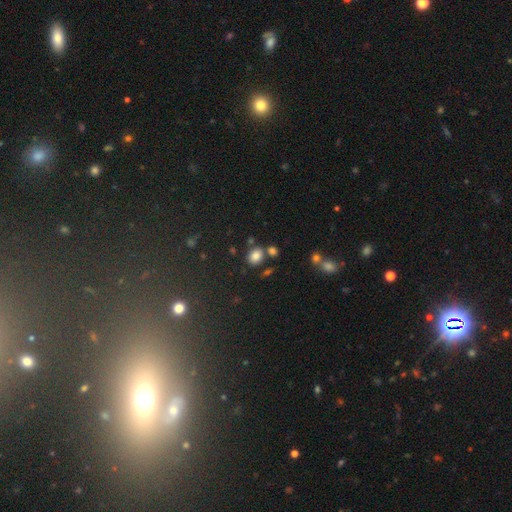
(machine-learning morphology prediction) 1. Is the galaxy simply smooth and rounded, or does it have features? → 81% smooth, 12% star or artifact, 7% featured or disk.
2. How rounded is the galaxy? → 55% in between, 44% round, 1% cigar-shaped.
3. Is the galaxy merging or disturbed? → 69% none, 15% merger, 12% minor disturbance, 4% major disturbance.